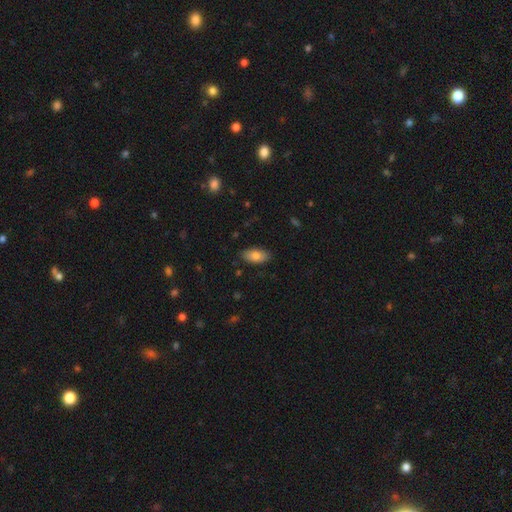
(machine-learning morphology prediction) A smooth galaxy with no disk features (81%) that is in between round and cigar-shaped (91%). Merging: none (85%).